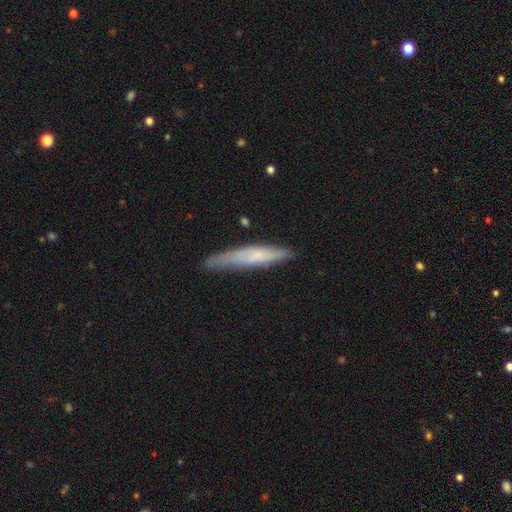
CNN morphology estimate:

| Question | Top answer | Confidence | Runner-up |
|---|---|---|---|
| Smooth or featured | smooth | 57% | featured or disk (37%) |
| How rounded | cigar-shaped | 90% | in between (9%) |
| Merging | none | 71% | minor disturbance (22%) |